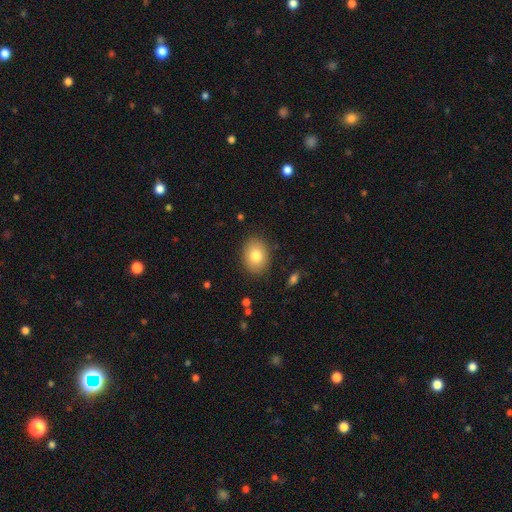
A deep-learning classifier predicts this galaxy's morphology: Smooth or featured? smooth (81%)
How rounded? in between (65%)
Merging? none (87%)